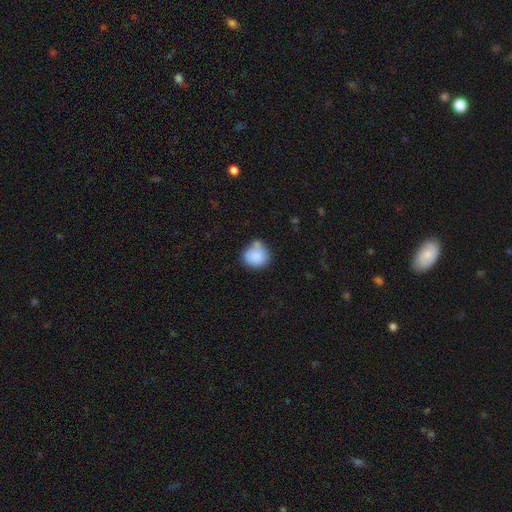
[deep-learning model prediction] Smooth or featured? Predicted: smooth (p=0.84). How rounded? Predicted: round (p=0.83). Merging? Predicted: none (p=0.52).